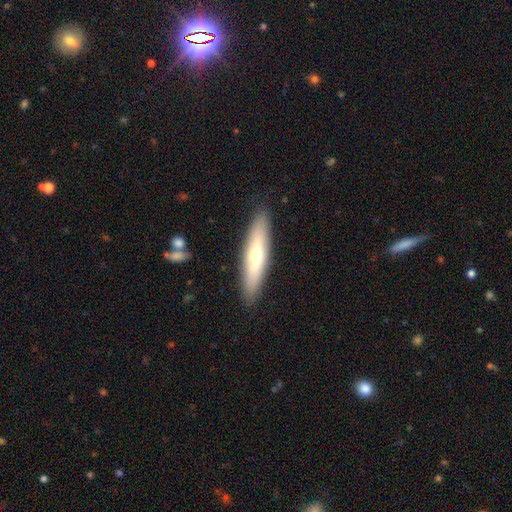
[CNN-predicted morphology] Smooth or featured? Predicted: smooth (p=0.52). How rounded? Predicted: cigar-shaped (p=0.80). Merging? Predicted: none (p=0.89).